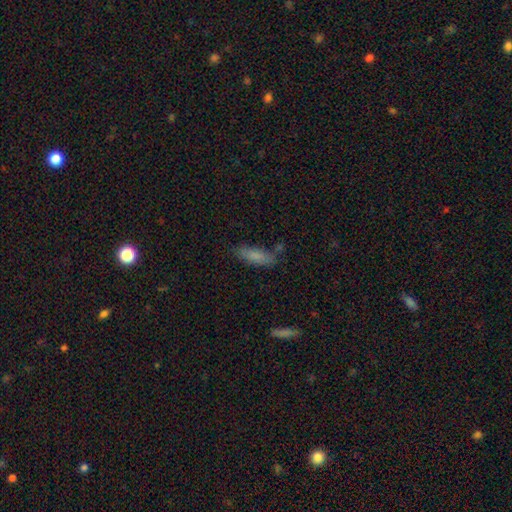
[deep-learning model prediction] This appears to be a smooth galaxy with no disk features (82%) that is in between round and cigar-shaped (49%, tied with cigar-shaped). Merging: none (71%).